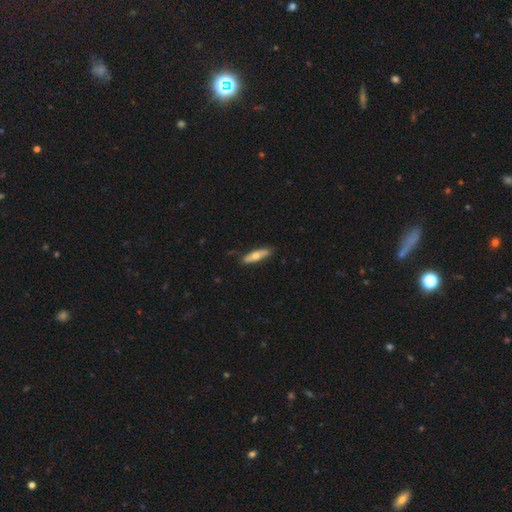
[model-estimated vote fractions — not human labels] This appears to be a smooth galaxy with no disk features (60%) that is cigar-shaped (64%). Merging: none (80%).